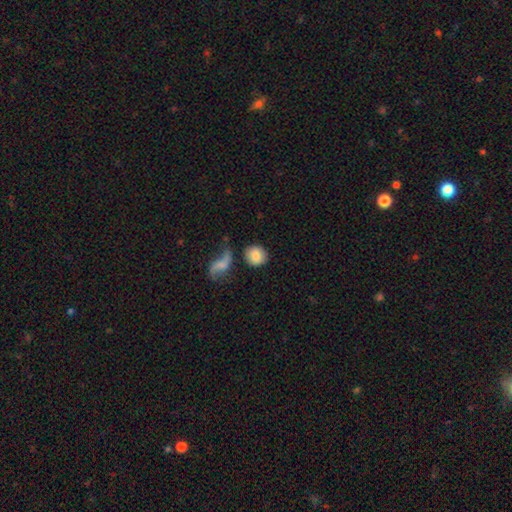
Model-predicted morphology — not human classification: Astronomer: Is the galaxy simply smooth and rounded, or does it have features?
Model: smooth — 82%.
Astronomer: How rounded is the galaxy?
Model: round — 84%.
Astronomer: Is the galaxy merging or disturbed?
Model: none — 70%.